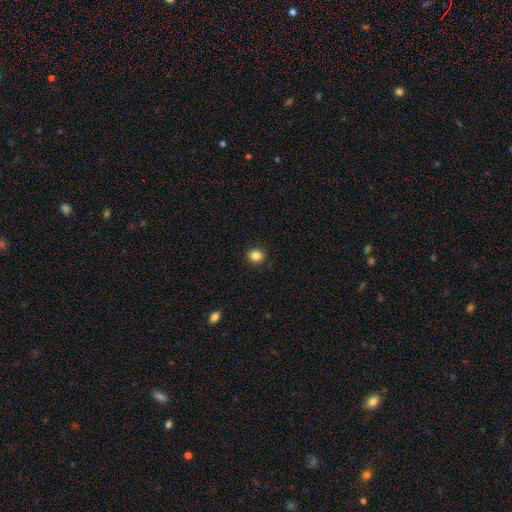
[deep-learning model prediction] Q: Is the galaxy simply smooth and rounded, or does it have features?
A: smooth — 85%.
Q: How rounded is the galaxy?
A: round — 69%.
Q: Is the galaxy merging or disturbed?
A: none — 91%.